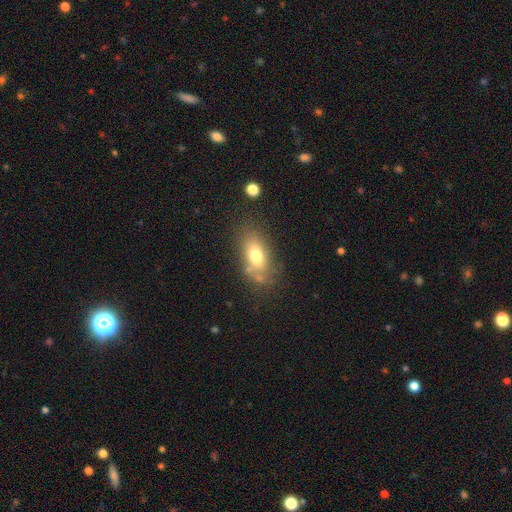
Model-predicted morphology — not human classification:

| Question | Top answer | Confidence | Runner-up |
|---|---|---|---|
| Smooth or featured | smooth | 71% | featured or disk (19%) |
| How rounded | in between | 85% | round (9%) |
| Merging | none | 63% | minor disturbance (20%) |